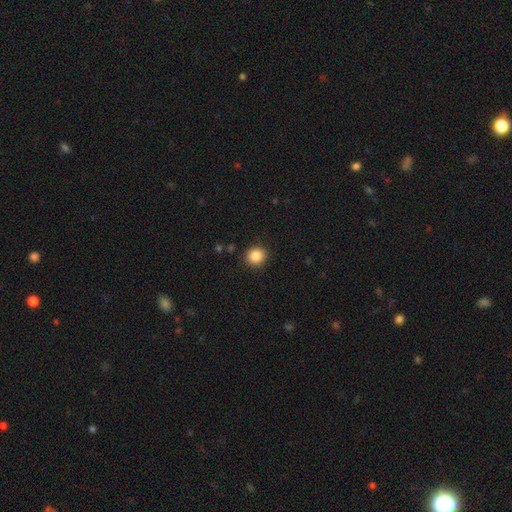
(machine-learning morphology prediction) This is clearly a smooth galaxy (87%). How rounded: clearly round (86%). Merging: clearly none (89%).